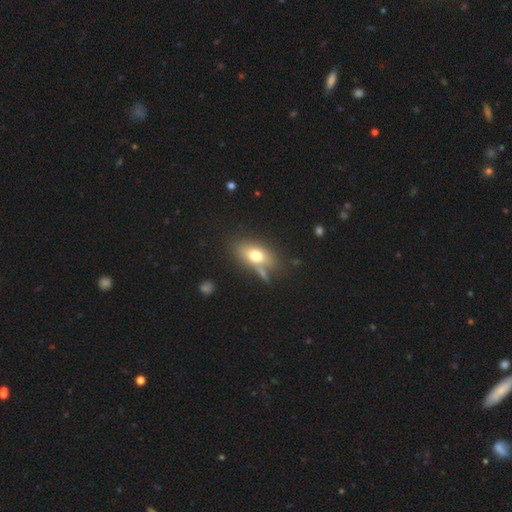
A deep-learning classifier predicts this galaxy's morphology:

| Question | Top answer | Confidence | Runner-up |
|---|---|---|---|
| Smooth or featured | smooth | 68% | featured or disk (22%) |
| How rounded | in between | 81% | round (12%) |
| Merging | none | 63% | minor disturbance (17%) |